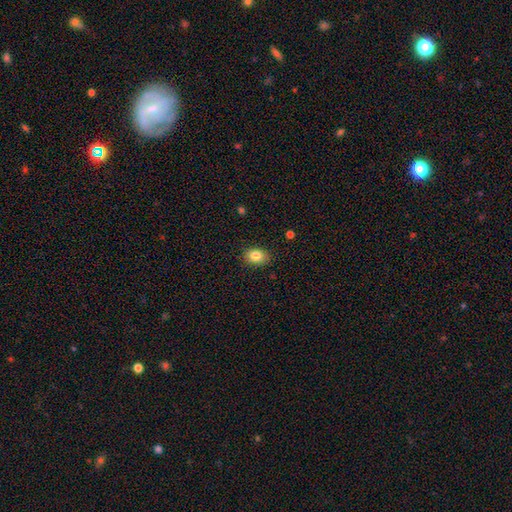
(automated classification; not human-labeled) The model was most divided on "how rounded": in between: 68%, round: 31%, cigar-shaped: 1%. More confident: merging — none (86%); smooth or featured — smooth (84%).